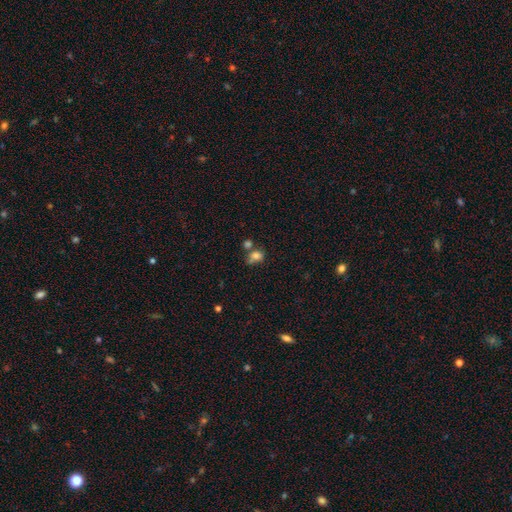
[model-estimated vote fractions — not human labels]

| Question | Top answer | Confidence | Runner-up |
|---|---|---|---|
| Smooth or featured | smooth | 75% | featured or disk (13%) |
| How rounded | in between | 55% | round (44%) |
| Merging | none | 34% | merger (33%) |